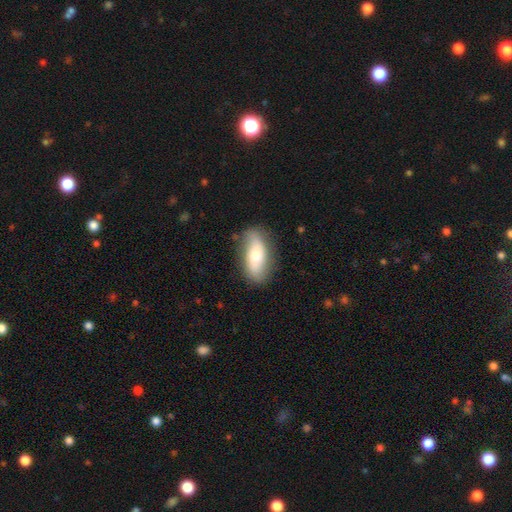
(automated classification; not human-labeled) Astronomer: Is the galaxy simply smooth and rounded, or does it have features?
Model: smooth — 60%.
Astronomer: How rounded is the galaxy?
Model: in between — 83%.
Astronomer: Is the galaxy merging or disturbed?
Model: none — 80%.